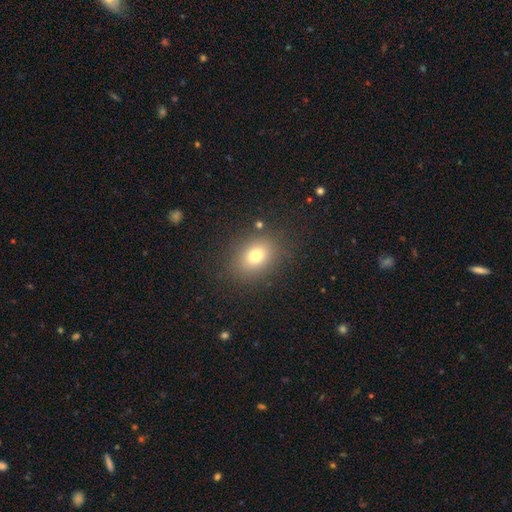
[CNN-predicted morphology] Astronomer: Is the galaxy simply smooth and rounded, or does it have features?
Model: smooth — 74%.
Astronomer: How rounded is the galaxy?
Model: in between — 57% (runner-up: round, 42%).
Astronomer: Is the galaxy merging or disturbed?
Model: none — 83%.